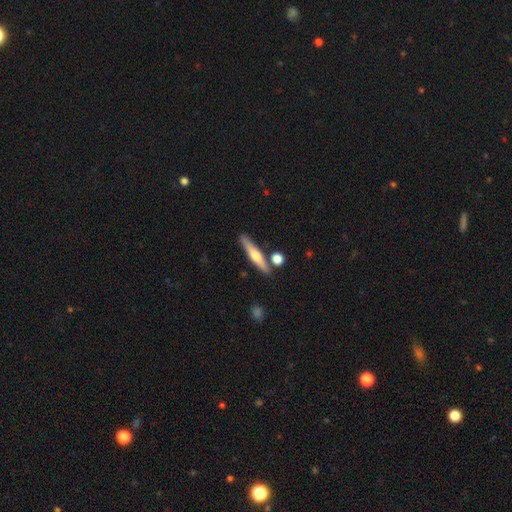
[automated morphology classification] type=featured or disk (50%); merging=none (81%).